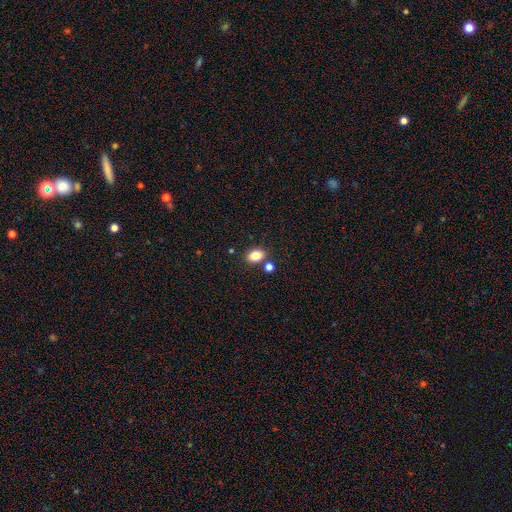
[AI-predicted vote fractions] This is clearly a smooth galaxy (84%). How rounded: clearly in between (80%). Merging: likely none (74%).